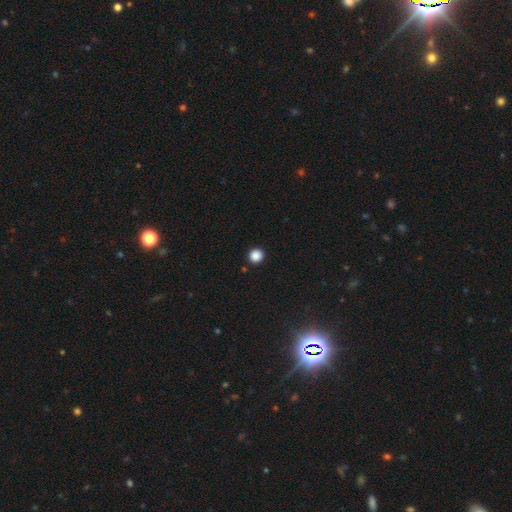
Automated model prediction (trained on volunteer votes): A smooth galaxy with no disk features (87%) that is round (93%). Merging: none (92%).